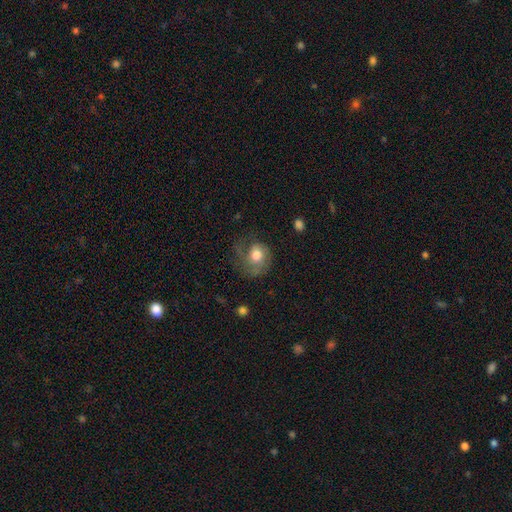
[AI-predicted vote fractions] This appears to be a smooth galaxy with no disk features (55%) that is round (69%). Merging: none (44%).